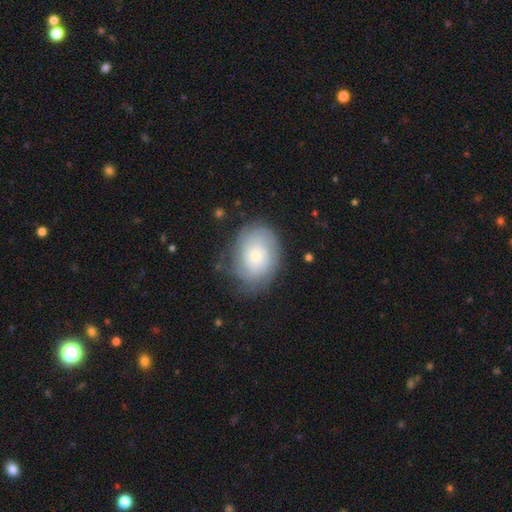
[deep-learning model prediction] featured or disk 64%, smooth 29%, star or artifact 7%. Down the decision tree: edge-on disk — no (97%); bar — no (81%); spiral arms — yes (88%); spiral arm count — can't tell (50%); spiral winding — tight (71%); bulge size — small (65%); merging — none (73%).